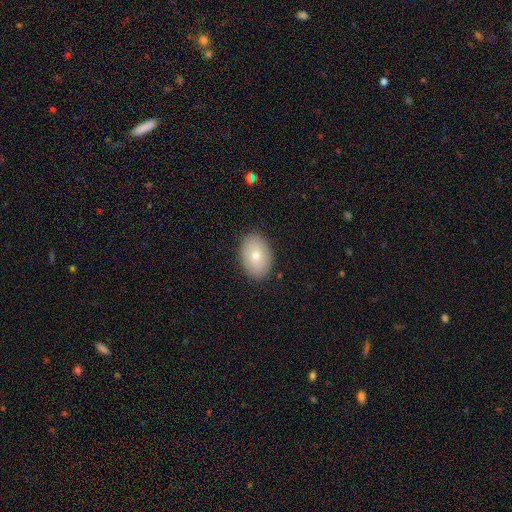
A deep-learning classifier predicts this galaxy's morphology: A smooth galaxy with no disk features (78%) that is in between round and cigar-shaped (84%). Merging: none (88%).